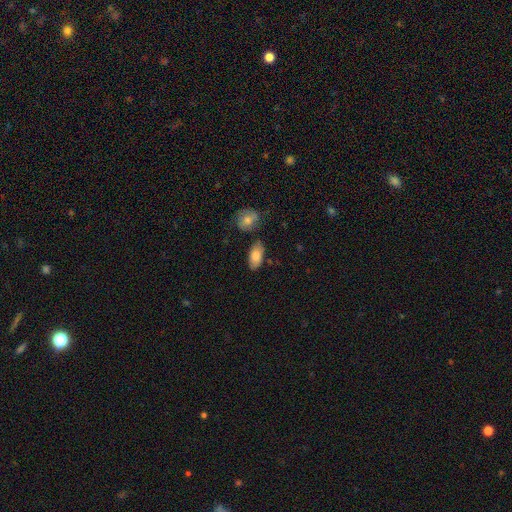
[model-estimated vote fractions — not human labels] smooth_or_featured: smooth (p=0.79) [alt: featured or disk p=0.15]
how_rounded: in between (p=0.92) [alt: cigar-shaped p=0.04]
merging: none (p=0.77) [alt: minor disturbance p=0.14]